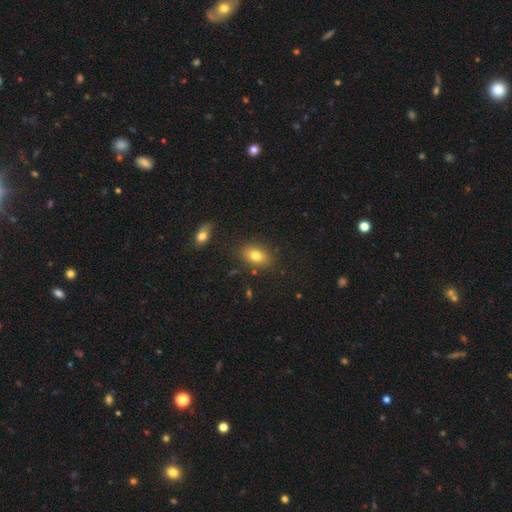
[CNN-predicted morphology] smooth 78%, featured or disk 12%, star or artifact 10%. Down the decision tree: how rounded — in between (82%); merging — none (82%).